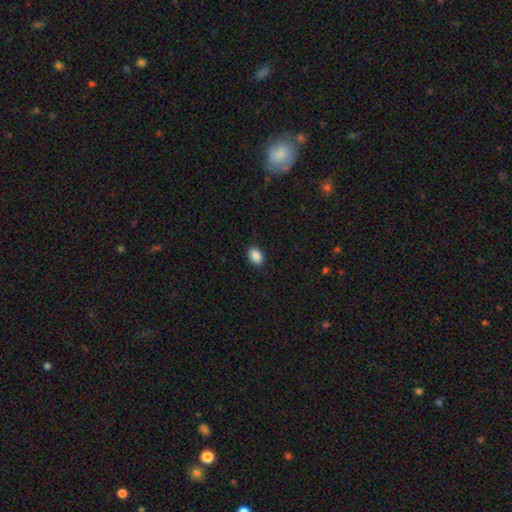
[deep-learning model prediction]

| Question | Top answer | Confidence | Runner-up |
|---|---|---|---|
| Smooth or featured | smooth | 89% | star or artifact (8%) |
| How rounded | in between | 84% | round (15%) |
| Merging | none | 89% | minor disturbance (8%) |